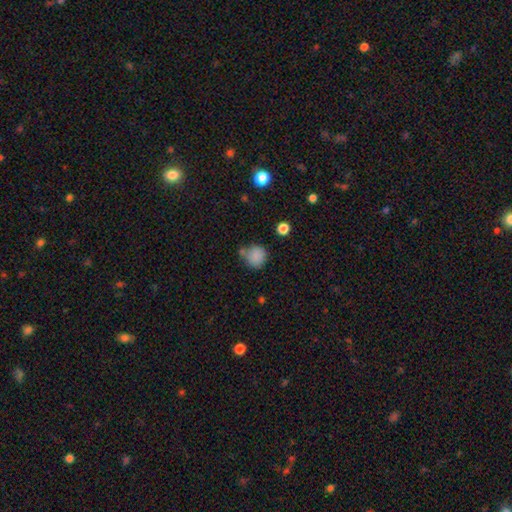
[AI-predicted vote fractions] Smooth or featured: smooth — 85% (star or artifact — 10%)
How rounded: round — 88% (in between — 11%)
Merging: none — 64% (minor disturbance — 17%)